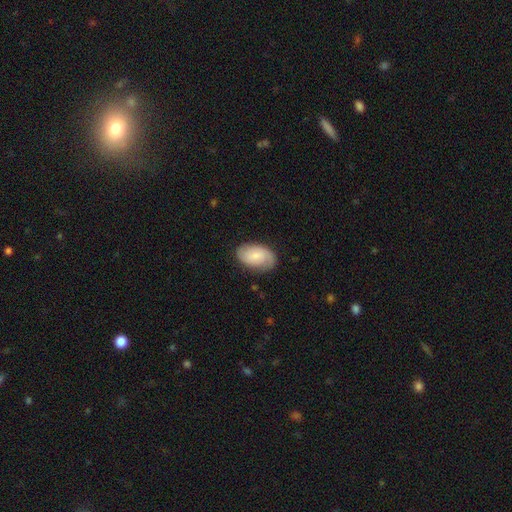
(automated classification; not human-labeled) Q: Smooth or featured?
A: smooth (58%); runner-up: featured or disk (36%)
Q: How rounded?
A: in between (92%); runner-up: round (7%)
Q: Merging?
A: none (79%); runner-up: minor disturbance (16%)